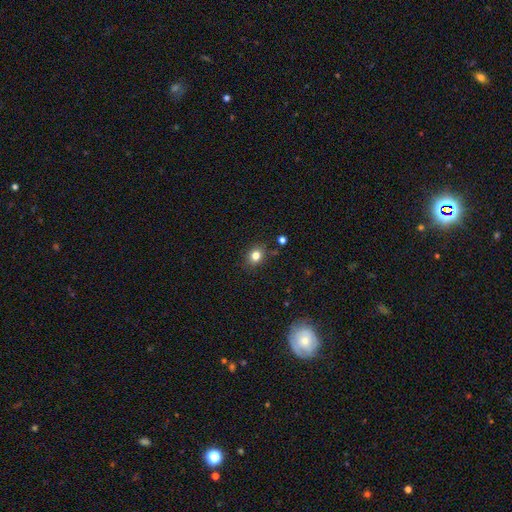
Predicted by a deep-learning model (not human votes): Smooth or featured?
  - smooth: 80% *
  - star or artifact: 13%
  - featured or disk: 7%
How rounded?
  - round: 61% *
  - in between: 38%
  - cigar-shaped: 1%
Merging?
  - none: 84% *
  - minor disturbance: 11%
  - major disturbance: 3%
  - merger: 3%